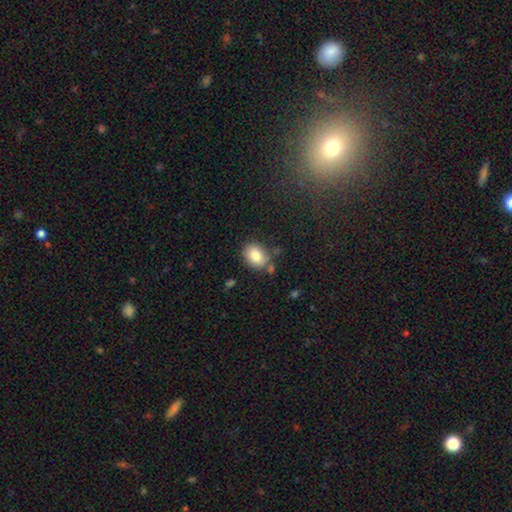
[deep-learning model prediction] smooth_or_featured: smooth (p=0.82) [alt: featured or disk p=0.10]
how_rounded: in between (p=0.69) [alt: round p=0.30]
merging: none (p=0.74) [alt: minor disturbance p=0.14]